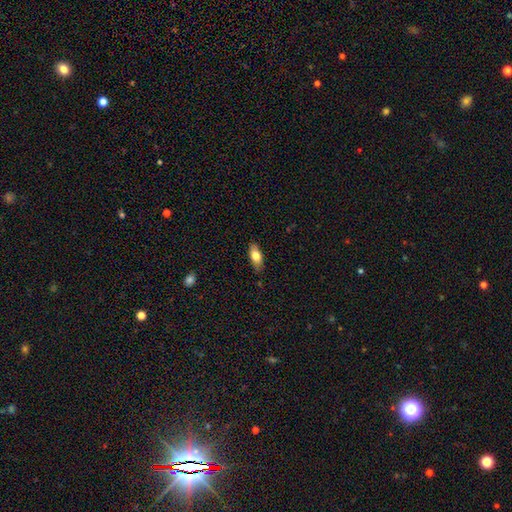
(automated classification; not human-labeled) smooth_or_featured: smooth (p=0.74) [alt: featured or disk p=0.19]
how_rounded: in between (p=0.80) [alt: cigar-shaped p=0.17]
merging: none (p=0.83) [alt: minor disturbance p=0.13]